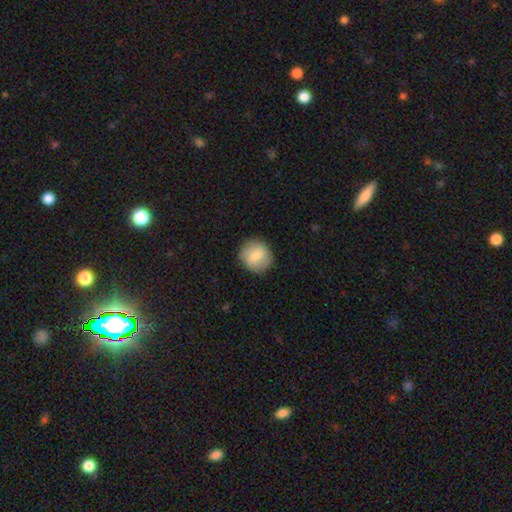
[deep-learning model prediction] Smooth or featured: smooth — 75% (featured or disk — 18%)
How rounded: round — 90% (in between — 9%)
Merging: none — 87% (minor disturbance — 10%)